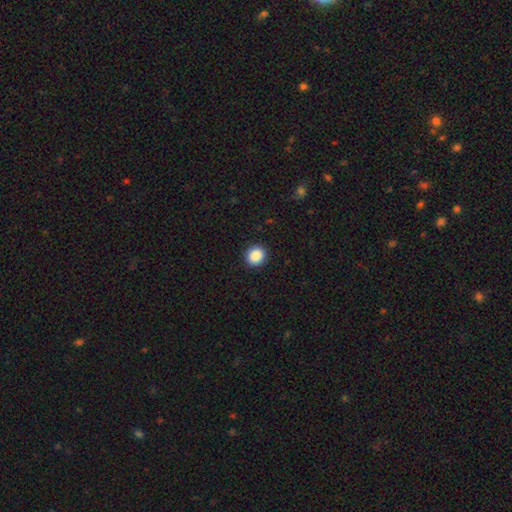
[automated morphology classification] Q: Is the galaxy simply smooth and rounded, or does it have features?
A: smooth — 89%.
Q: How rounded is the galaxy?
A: round — 84%.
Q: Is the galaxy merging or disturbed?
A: none — 92%.